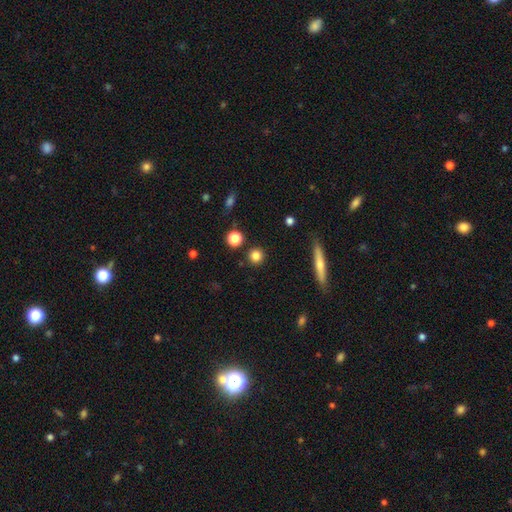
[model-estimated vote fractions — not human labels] Morphology: type=smooth (82%); roundness=round (93%); merging=none (89%).